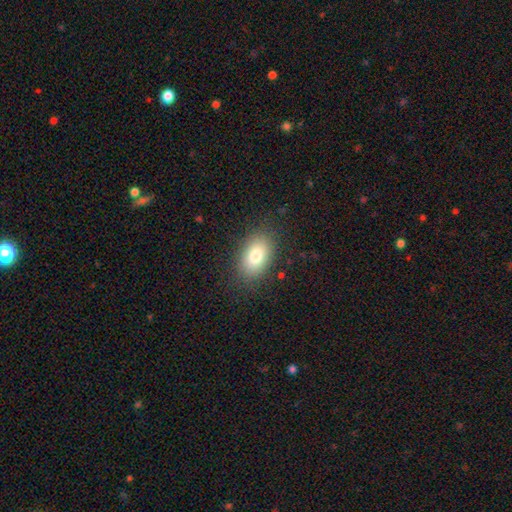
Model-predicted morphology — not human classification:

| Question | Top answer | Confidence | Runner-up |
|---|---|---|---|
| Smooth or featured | smooth | 82% | featured or disk (10%) |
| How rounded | in between | 90% | round (9%) |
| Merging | none | 85% | minor disturbance (10%) |